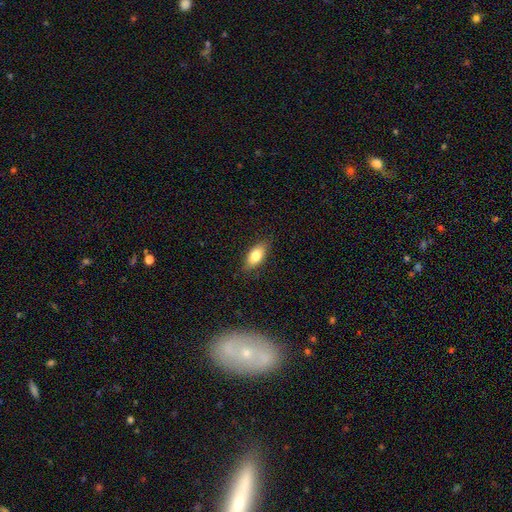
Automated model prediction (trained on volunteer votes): Smooth or featured? Predicted: smooth (p=0.79). How rounded? Predicted: in between (p=0.87). Merging? Predicted: none (p=0.85).